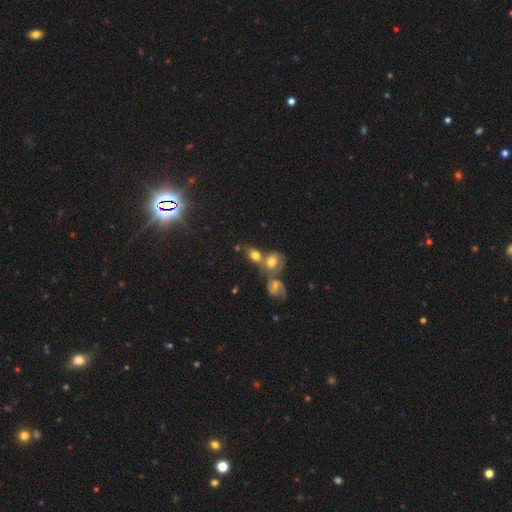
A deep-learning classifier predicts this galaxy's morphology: Smooth or featured? Predicted: smooth (p=0.60). How rounded? Predicted: in between (p=0.67). Merging? Predicted: merger (p=0.53).